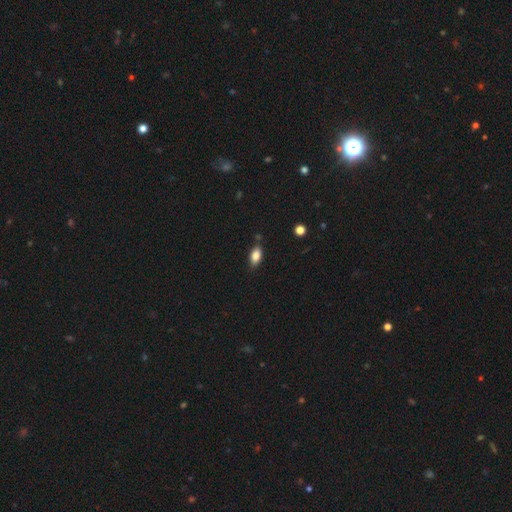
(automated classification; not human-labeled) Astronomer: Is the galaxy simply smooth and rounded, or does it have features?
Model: smooth — 84%.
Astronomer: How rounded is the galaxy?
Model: in between — 89%.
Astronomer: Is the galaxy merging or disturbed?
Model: none — 81%.